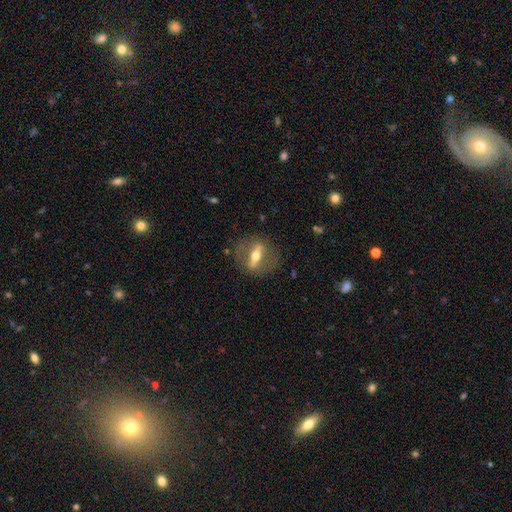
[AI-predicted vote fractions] Smooth or featured? Predicted: featured or disk (p=0.72). Edge-on disk? Predicted: yes (p=0.58). Merging? Predicted: none (p=0.80).